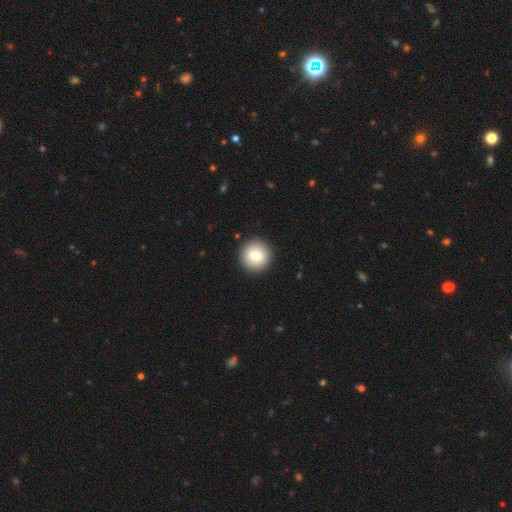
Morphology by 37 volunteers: A smooth galaxy with no disk features (86%) that is round (100%).

Vote fractions:
- Smooth or featured? smooth: 86% / featured or disk: 11% / star or artifact: 3%
- How rounded? round: 100% / in between: 0% / cigar-shaped: 0%
- Merging? none: 92% / merger: 6% / minor disturbance: 3% / major disturbance: 0%